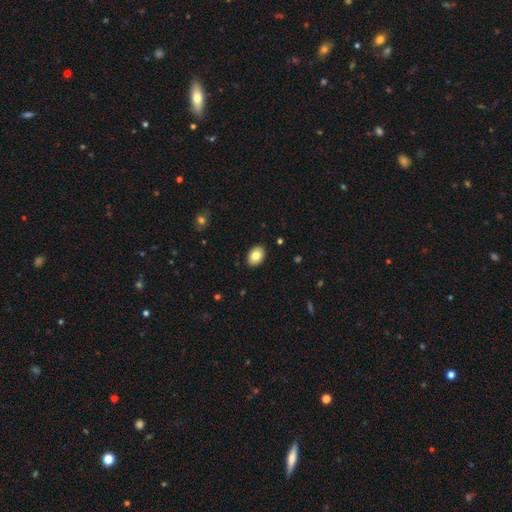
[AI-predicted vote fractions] This appears to be a smooth galaxy with no disk features (82%) that is in between round and cigar-shaped (83%). Merging: none (90%).